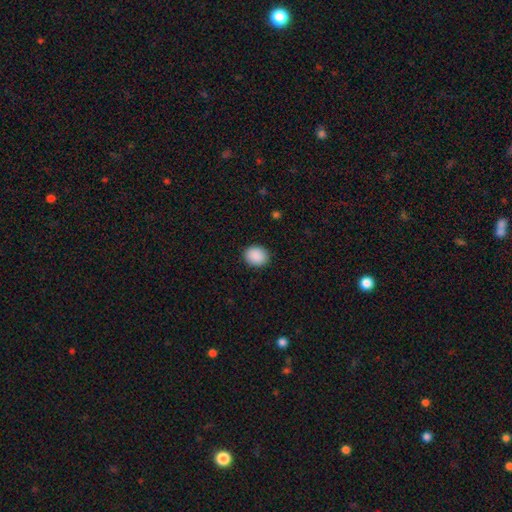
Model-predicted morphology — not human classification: Smooth or featured?
  - smooth: 90% *
  - star or artifact: 8%
  - featured or disk: 2%
How rounded?
  - round: 63% *
  - in between: 36%
  - cigar-shaped: 1%
Merging?
  - none: 90% *
  - minor disturbance: 7%
  - major disturbance: 2%
  - merger: 1%